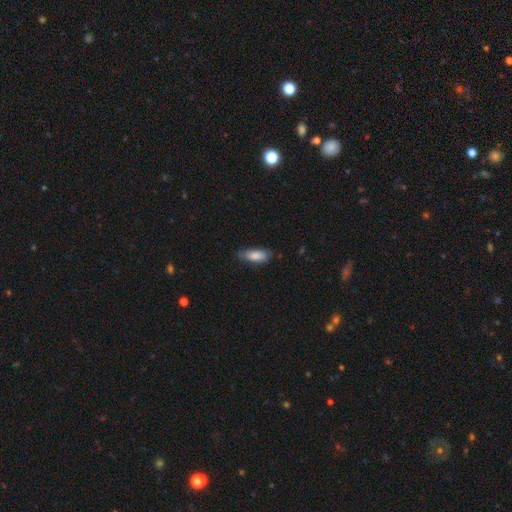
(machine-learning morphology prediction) This is clearly a smooth galaxy (82%). How rounded: likely in between (79%). Merging: likely none (70%).